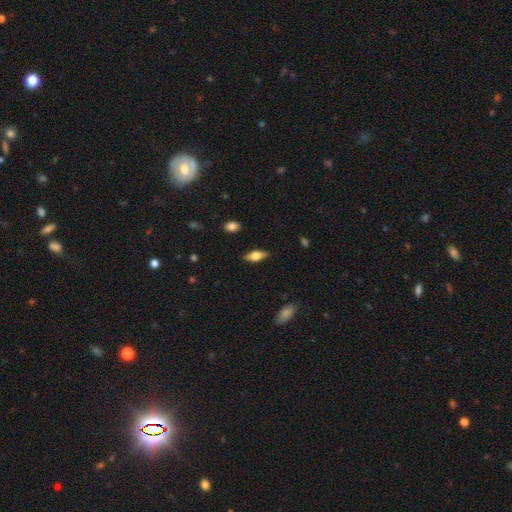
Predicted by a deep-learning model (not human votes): Q: Smooth or featured?
A: smooth (58%); runner-up: featured or disk (35%)
Q: How rounded?
A: in between (75%); runner-up: cigar-shaped (21%)
Q: Merging?
A: none (86%); runner-up: minor disturbance (11%)